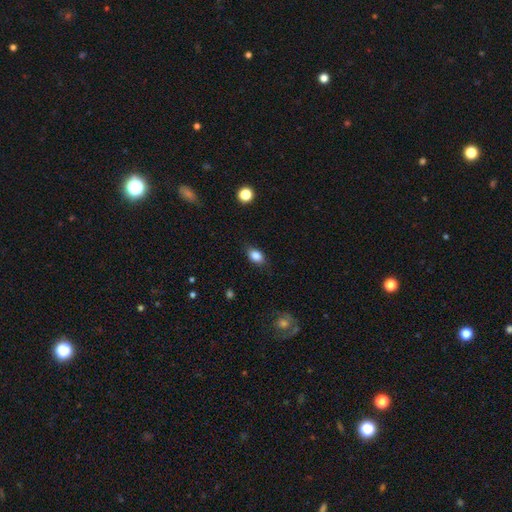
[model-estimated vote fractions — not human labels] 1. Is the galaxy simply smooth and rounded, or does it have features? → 84% smooth, 9% star or artifact, 7% featured or disk.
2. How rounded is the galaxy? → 82% in between, 16% round, 2% cigar-shaped.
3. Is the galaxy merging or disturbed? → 80% none, 15% minor disturbance, 3% major disturbance, 1% merger.